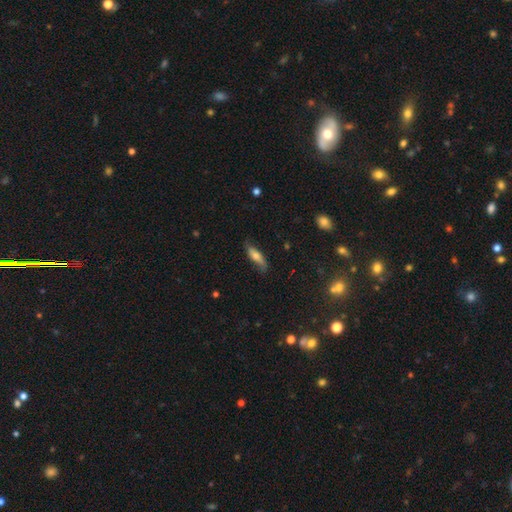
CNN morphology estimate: A smooth galaxy with no disk features (50%). Merging: none (68%).